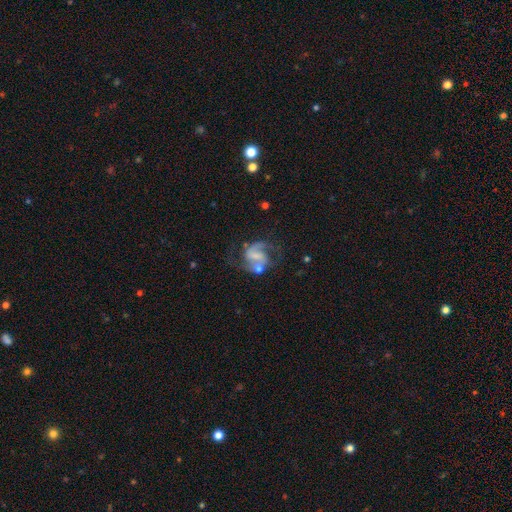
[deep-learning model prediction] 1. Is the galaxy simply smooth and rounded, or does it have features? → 82% featured or disk, 11% smooth, 7% star or artifact.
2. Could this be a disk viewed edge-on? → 98% no, 2% yes.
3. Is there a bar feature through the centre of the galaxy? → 47% weak, 27% no, 26% strong.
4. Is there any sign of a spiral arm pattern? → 94% yes, 6% no.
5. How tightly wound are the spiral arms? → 54% medium, 29% loose, 16% tight.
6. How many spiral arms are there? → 85% 2, 6% 1, 5% can't tell, 3% 3, 1% 4, 1% more than 4.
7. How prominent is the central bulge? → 40% small, 29% none, 24% moderate, 5% large, 1% dominant.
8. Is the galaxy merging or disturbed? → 51% none, 17% minor disturbance, 16% merger, 16% major disturbance.